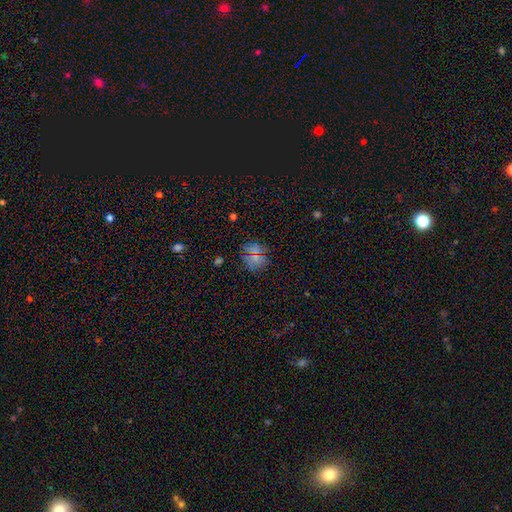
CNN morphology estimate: This is likely a smooth galaxy (70%). How rounded: clearly round (86%). Merging: clearly none (84%).